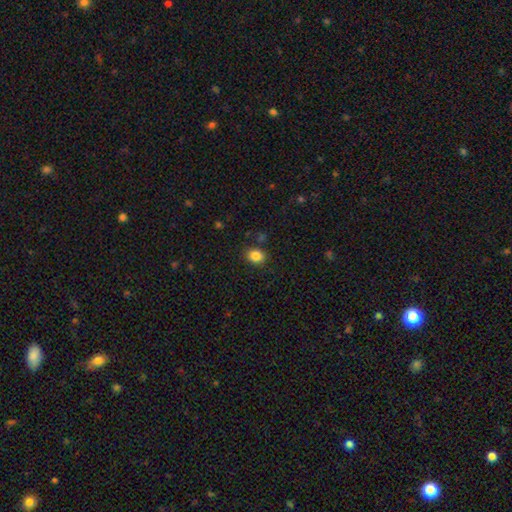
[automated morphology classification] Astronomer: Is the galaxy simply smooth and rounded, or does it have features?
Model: smooth — 85%.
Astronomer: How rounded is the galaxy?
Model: round — 51% (runner-up: in between, 48%).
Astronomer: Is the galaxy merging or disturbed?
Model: none — 85%.